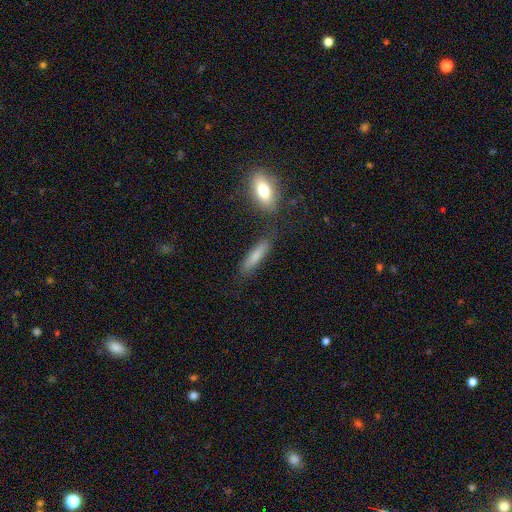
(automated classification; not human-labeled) Smooth or featured? Predicted: smooth (p=0.76). How rounded? Predicted: cigar-shaped (p=0.78). Merging? Predicted: none (p=0.77).